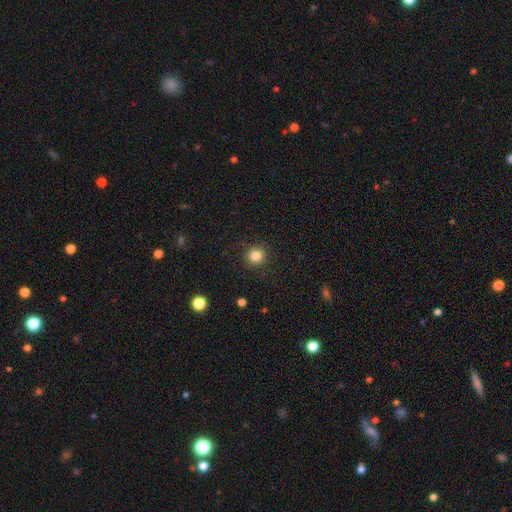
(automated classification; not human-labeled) smooth 83%, star or artifact 12%, featured or disk 5%. Down the decision tree: how rounded — round (93%); merging — none (91%).